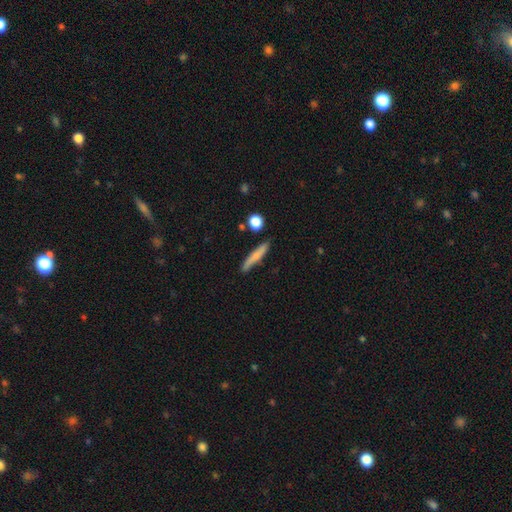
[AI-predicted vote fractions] A smooth galaxy with no disk features (68%) that is cigar-shaped (90%). Merging: none (80%).